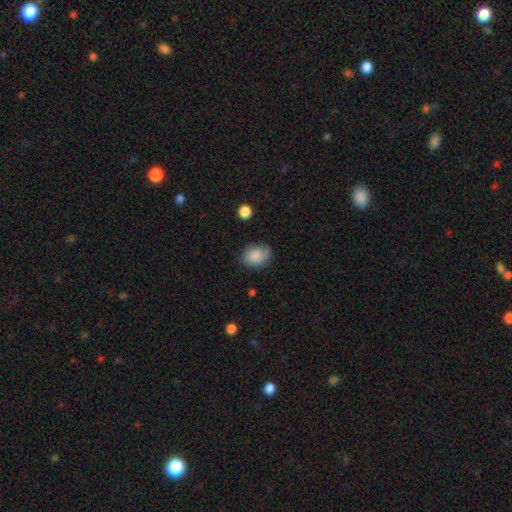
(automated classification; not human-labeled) Overall: smooth (86%). How rounded: in between (70%). Merging: none (82%).